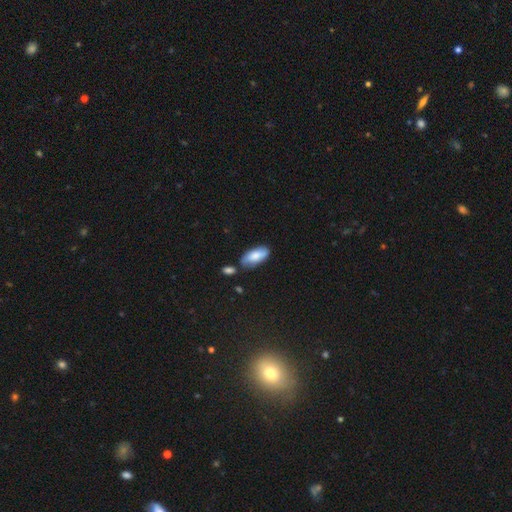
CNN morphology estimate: Smooth or featured? smooth (76%)
How rounded? in between (87%)
Merging? none (68%)